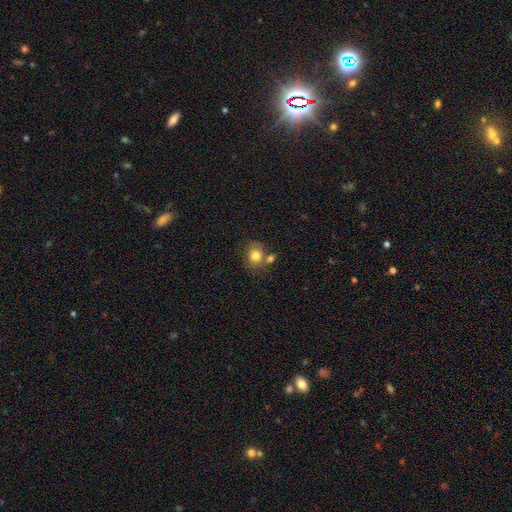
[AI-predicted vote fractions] smooth_or_featured: smooth (p=0.79) [alt: featured or disk p=0.11]
how_rounded: round (p=0.75) [alt: in between p=0.24]
merging: none (p=0.58) [alt: merger p=0.24]